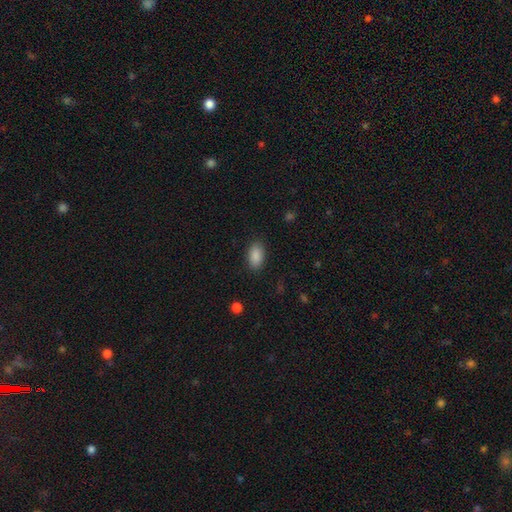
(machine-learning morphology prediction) This is clearly a smooth galaxy (89%). How rounded: clearly in between (93%). Merging: clearly none (87%).